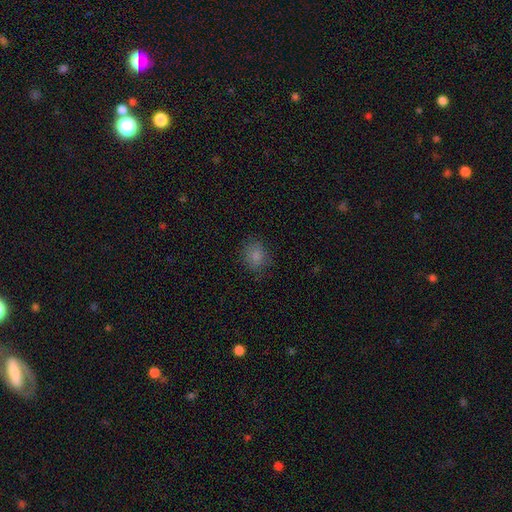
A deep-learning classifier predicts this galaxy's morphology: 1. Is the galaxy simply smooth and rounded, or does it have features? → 82% smooth, 11% star or artifact, 6% featured or disk.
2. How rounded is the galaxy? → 63% round, 36% in between, 1% cigar-shaped.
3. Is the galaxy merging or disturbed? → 77% none, 17% minor disturbance, 5% major disturbance, 1% merger.